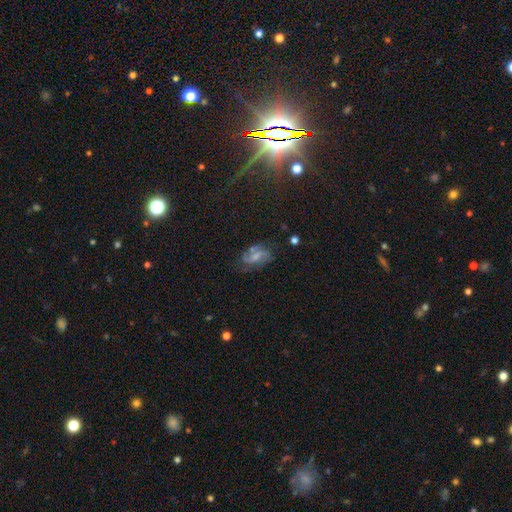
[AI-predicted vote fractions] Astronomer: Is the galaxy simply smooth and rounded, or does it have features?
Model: featured or disk — 57%.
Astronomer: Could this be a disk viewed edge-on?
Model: no — 95%.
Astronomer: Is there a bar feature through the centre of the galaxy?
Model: weak — 48% (runner-up: no, 32%).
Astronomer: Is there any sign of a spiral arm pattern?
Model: yes — 84%.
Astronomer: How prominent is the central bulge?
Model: small — 34% (runner-up: none, 31%).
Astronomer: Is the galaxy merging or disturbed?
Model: none — 59%.